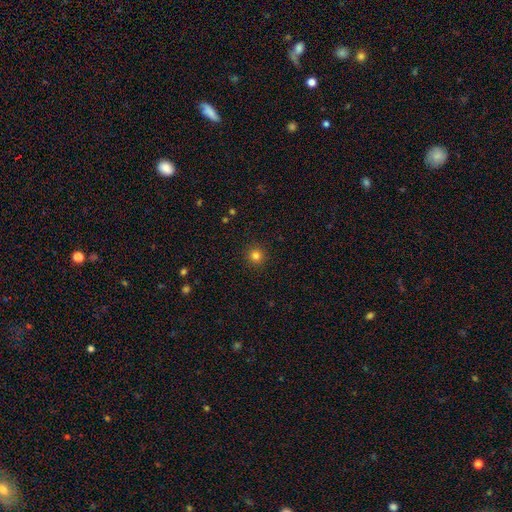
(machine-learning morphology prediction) smooth_or_featured: smooth (p=0.82) [alt: star or artifact p=0.14]
how_rounded: round (p=0.94) [alt: in between p=0.05]
merging: none (p=0.92) [alt: minor disturbance p=0.05]